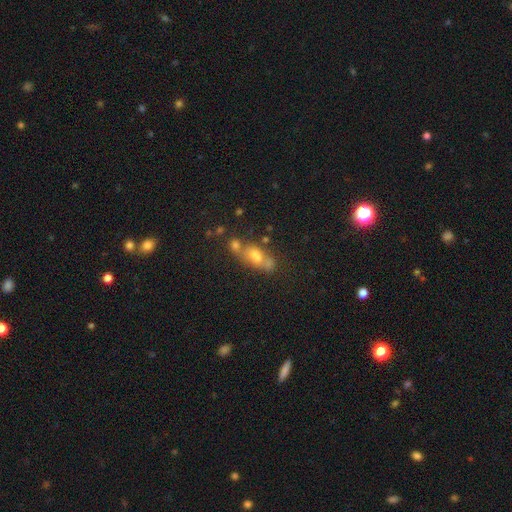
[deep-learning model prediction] The model was most divided on "merging": merger: 41%, none: 38%, minor disturbance: 13%, major disturbance: 8%. More confident: how rounded — in between (63%); smooth or featured — smooth (51%).